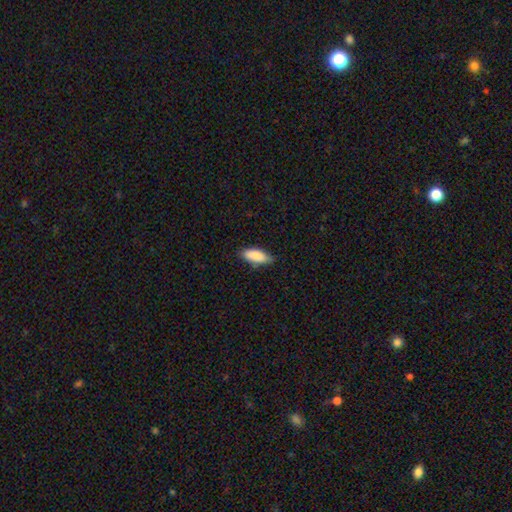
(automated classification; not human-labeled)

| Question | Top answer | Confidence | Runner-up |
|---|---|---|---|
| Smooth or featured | smooth | 87% | featured or disk (7%) |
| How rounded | in between | 75% | cigar-shaped (23%) |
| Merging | none | 74% | minor disturbance (22%) |